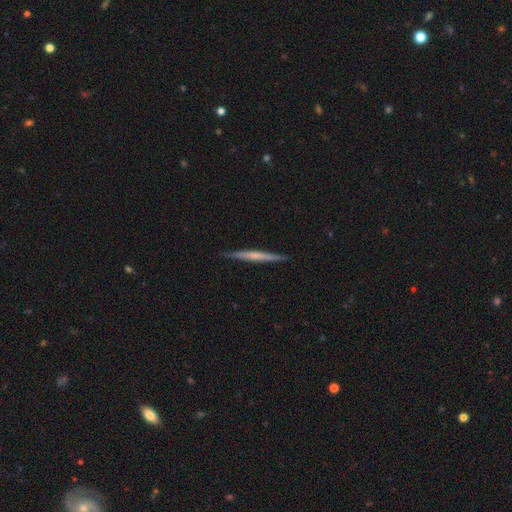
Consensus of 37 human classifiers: smooth-or-featured: featured or disk: 68% | smooth: 32% | star or artifact: 0%
  disk-edge-on: yes: 96% | no: 4%
    edge-on-bulge: rounded: 58% | none: 33% | boxy: 8%
  merging: none: 95% | minor disturbance: 5% | major disturbance: 0% | merger: 0%